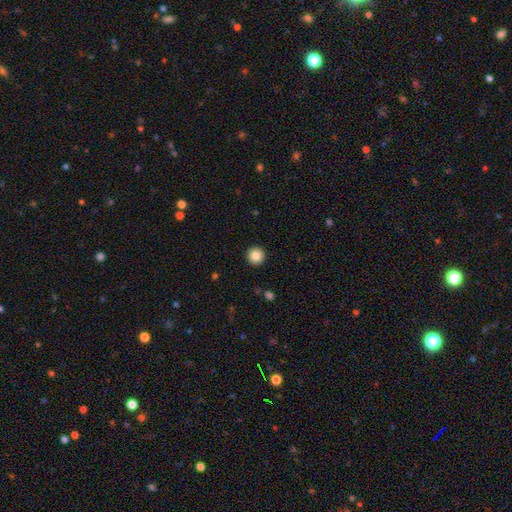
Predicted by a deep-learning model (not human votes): Smooth or featured? Predicted: smooth (p=0.85). How rounded? Predicted: round (p=0.96). Merging? Predicted: none (p=0.93).